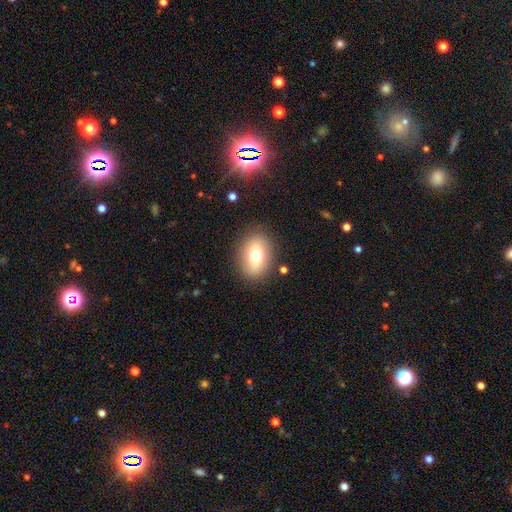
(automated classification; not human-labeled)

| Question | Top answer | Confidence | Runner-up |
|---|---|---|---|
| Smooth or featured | smooth | 67% | featured or disk (23%) |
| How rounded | in between | 74% | round (24%) |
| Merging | none | 84% | minor disturbance (11%) |